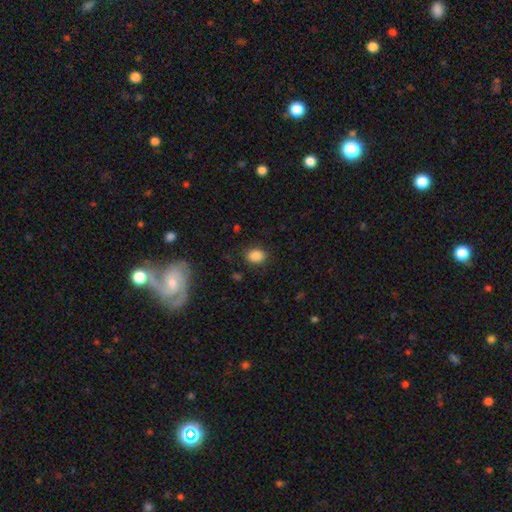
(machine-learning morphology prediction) The model was most divided on "how rounded": in between: 69%, round: 29%, cigar-shaped: 1%. More confident: smooth or featured — smooth (86%); merging — none (85%).